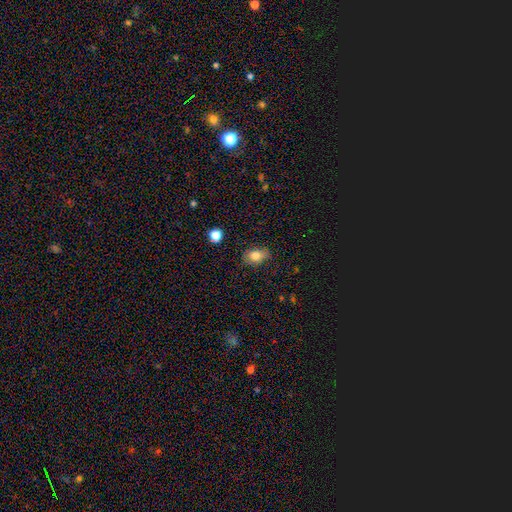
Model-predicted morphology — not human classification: Smooth or featured? smooth (80%)
How rounded? in between (77%)
Merging? none (77%)